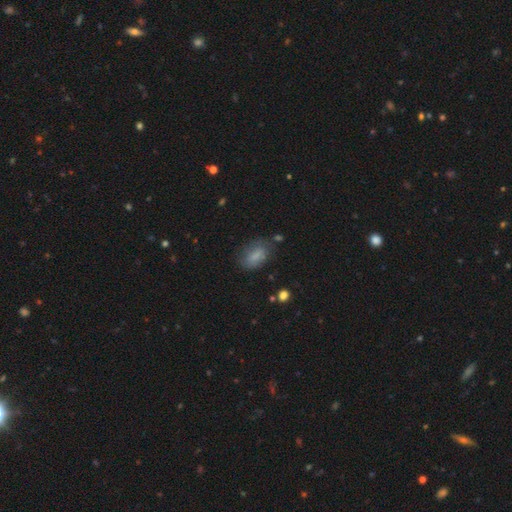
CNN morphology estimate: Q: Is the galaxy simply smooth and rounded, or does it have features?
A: smooth — 79%.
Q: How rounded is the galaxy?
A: in between — 88%.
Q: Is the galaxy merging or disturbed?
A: none — 68%.